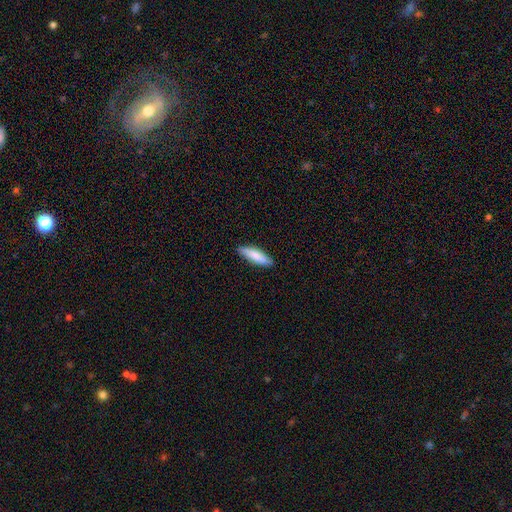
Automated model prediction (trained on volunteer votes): smooth-or-featured: smooth: 81% | featured or disk: 14% | star or artifact: 5%
  how-rounded: cigar-shaped: 63% | in between: 36% | round: 1%
  merging: none: 87% | minor disturbance: 10% | major disturbance: 2% | merger: 1%